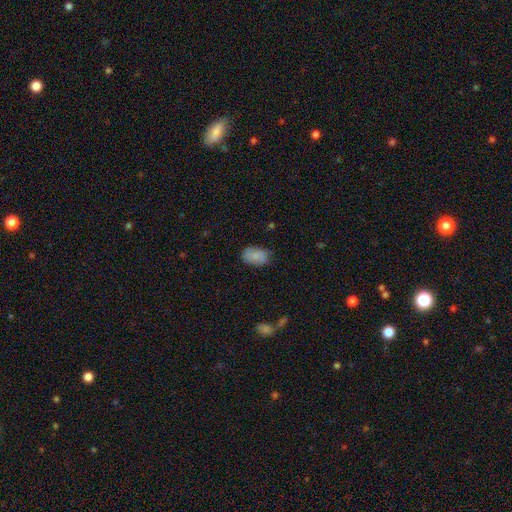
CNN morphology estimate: A smooth galaxy with no disk features (84%) that is in between round and cigar-shaped (90%). Merging: none (74%).